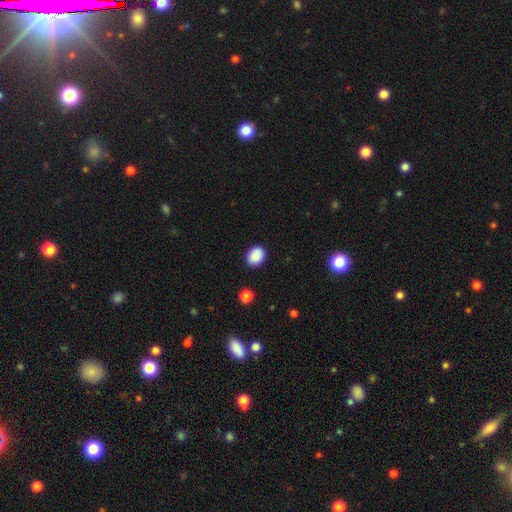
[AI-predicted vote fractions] Smooth or featured? Predicted: smooth (p=0.89). How rounded? Predicted: in between (p=0.60). Merging? Predicted: none (p=0.88).